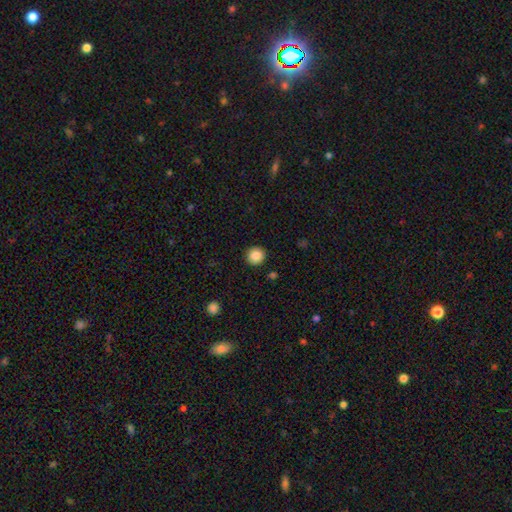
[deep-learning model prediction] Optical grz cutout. It shows a smooth galaxy with no disk features (87%) that is round (92%). Merging: none (92%).